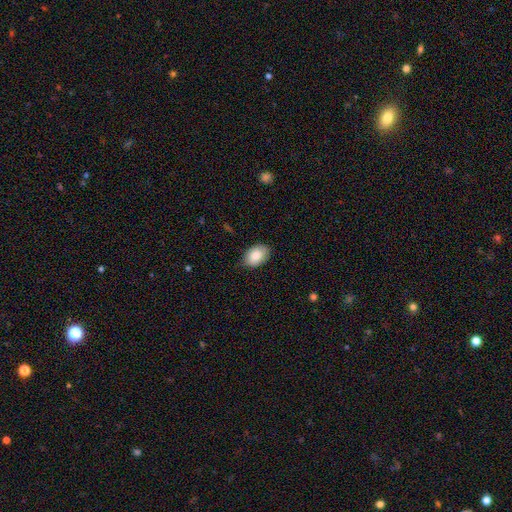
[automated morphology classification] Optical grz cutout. It shows a smooth galaxy with no disk features (84%) that is in between round and cigar-shaped (84%). Merging: none (82%).